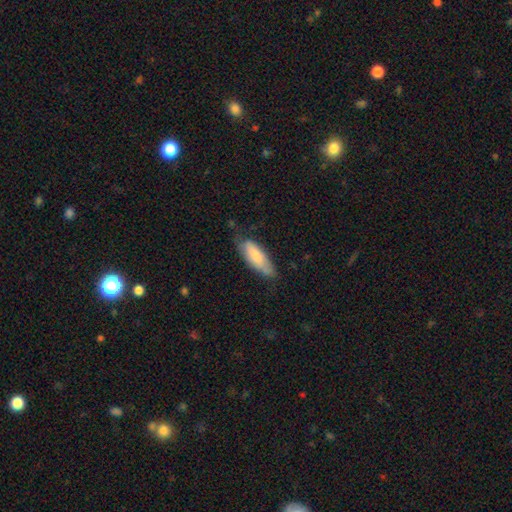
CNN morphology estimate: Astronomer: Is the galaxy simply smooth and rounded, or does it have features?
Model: smooth — 75%.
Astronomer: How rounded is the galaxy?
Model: in between — 67%.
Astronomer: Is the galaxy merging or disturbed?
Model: none — 58%.